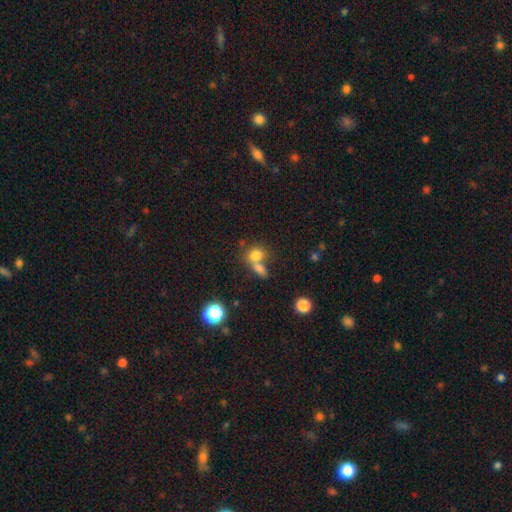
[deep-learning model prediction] Q: Smooth or featured?
A: smooth (76%); runner-up: star or artifact (13%)
Q: How rounded?
A: in between (51%); runner-up: round (47%)
Q: Merging?
A: merger (53%); runner-up: none (34%)